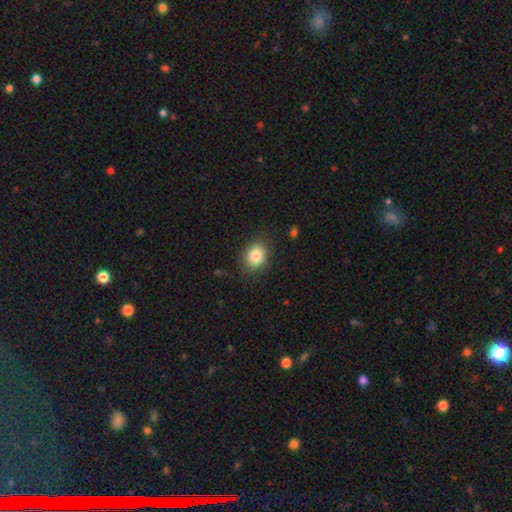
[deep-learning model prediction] smooth-or-featured: smooth: 85% | star or artifact: 9% | featured or disk: 6%
  how-rounded: round: 63% | in between: 36% | cigar-shaped: 1%
  merging: none: 84% | minor disturbance: 11% | major disturbance: 4% | merger: 1%